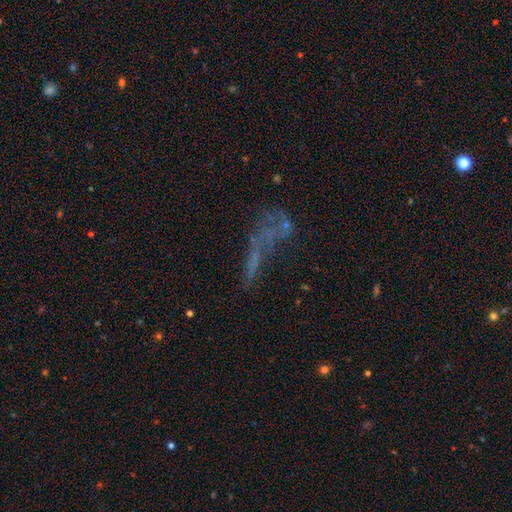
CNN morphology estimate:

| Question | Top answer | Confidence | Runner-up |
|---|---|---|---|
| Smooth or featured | featured or disk | 38% | star or artifact (34%) |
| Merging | major disturbance | 34% | none (33%) |